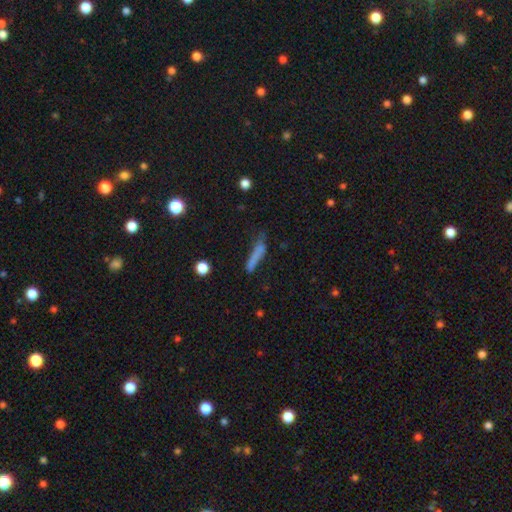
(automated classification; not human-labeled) Morphology: type=smooth (70%); roundness=cigar-shaped (86%); merging=none (53%).